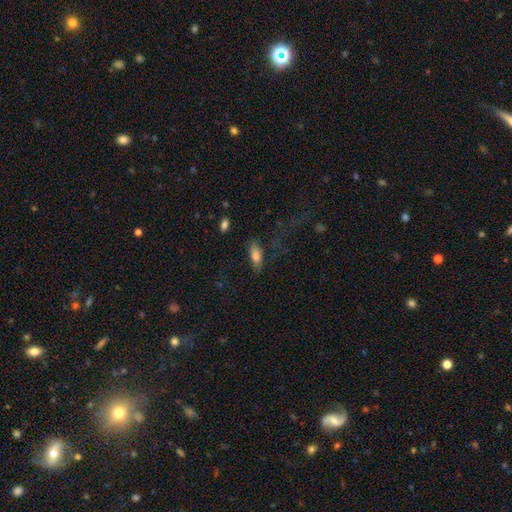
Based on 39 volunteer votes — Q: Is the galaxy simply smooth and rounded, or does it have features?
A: smooth — 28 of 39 (72%).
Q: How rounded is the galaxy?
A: in between — 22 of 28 (79%).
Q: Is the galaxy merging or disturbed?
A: none — 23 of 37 (62%).